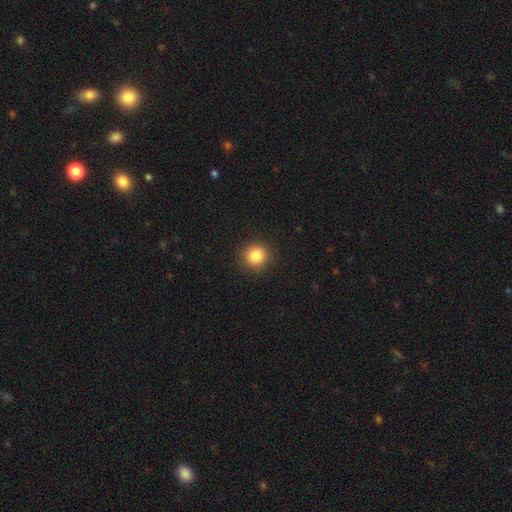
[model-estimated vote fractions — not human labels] Morphology: type=smooth (85%); roundness=round (93%); merging=none (91%).